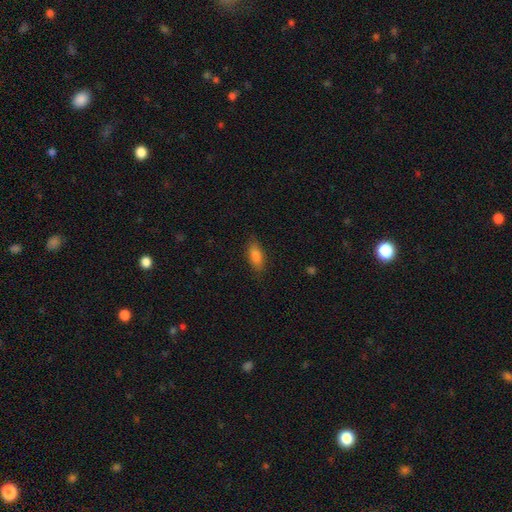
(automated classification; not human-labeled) Q: Smooth or featured?
A: smooth (84%); runner-up: featured or disk (8%)
Q: How rounded?
A: in between (79%); runner-up: cigar-shaped (19%)
Q: Merging?
A: none (84%); runner-up: minor disturbance (12%)